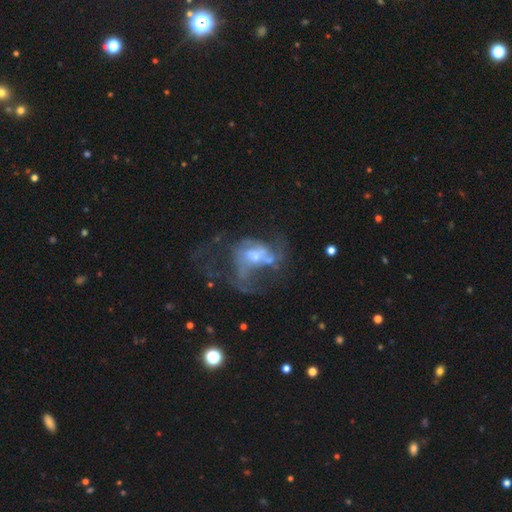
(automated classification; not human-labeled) Overall: featured or disk (69%). Edge-on disk: no (97%). Bar: no (69%). Spiral arms: yes (57%; no 43%). Bulge size: small (48%; moderate 35%). Merging: major disturbance (45%; none 26%).